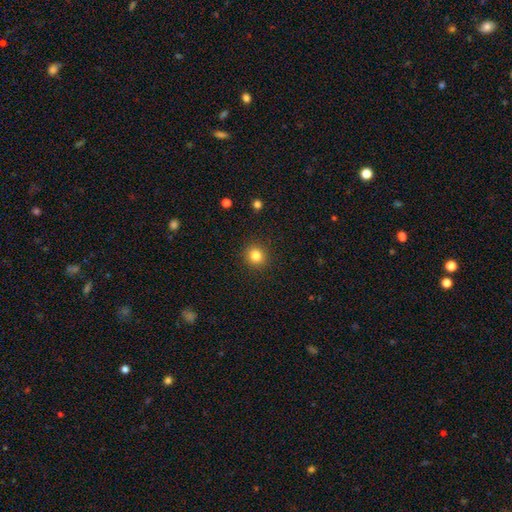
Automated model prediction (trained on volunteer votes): smooth 83%, star or artifact 12%, featured or disk 6%. Down the decision tree: how rounded — round (90%); merging — none (91%).